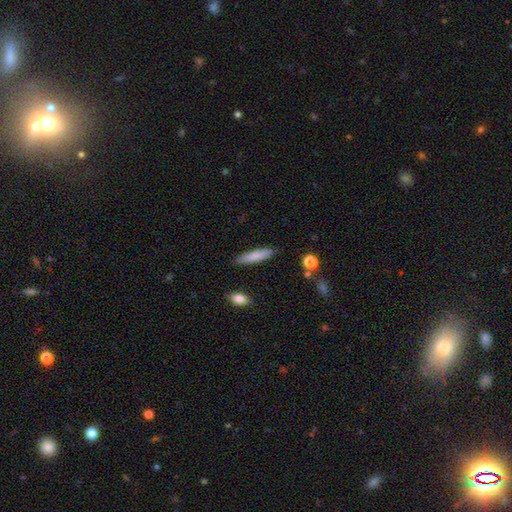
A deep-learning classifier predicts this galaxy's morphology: Overall: smooth (82%). How rounded: cigar-shaped (80%). Merging: none (87%).